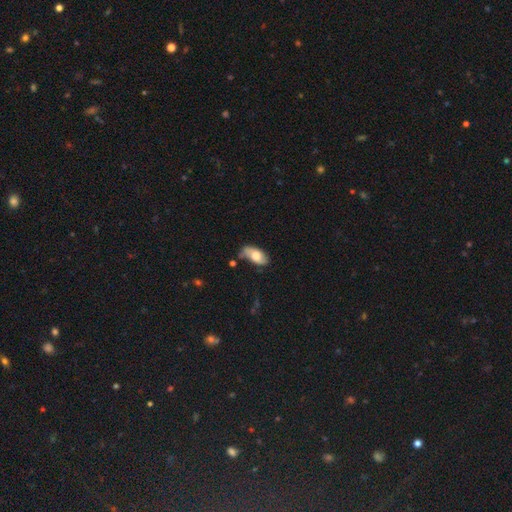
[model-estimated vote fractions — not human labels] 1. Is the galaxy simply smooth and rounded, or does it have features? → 58% smooth, 35% featured or disk, 7% star or artifact.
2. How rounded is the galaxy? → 92% in between, 5% cigar-shaped, 4% round.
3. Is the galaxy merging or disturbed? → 54% none, 30% minor disturbance, 9% major disturbance, 7% merger.